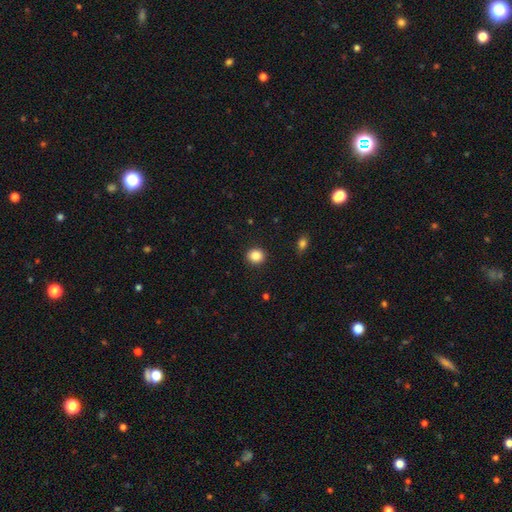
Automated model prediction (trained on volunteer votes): Smooth or featured?
  - smooth: 86% *
  - star or artifact: 10%
  - featured or disk: 4%
How rounded?
  - round: 81% *
  - in between: 18%
  - cigar-shaped: 1%
Merging?
  - none: 92% *
  - minor disturbance: 5%
  - major disturbance: 2%
  - merger: 1%